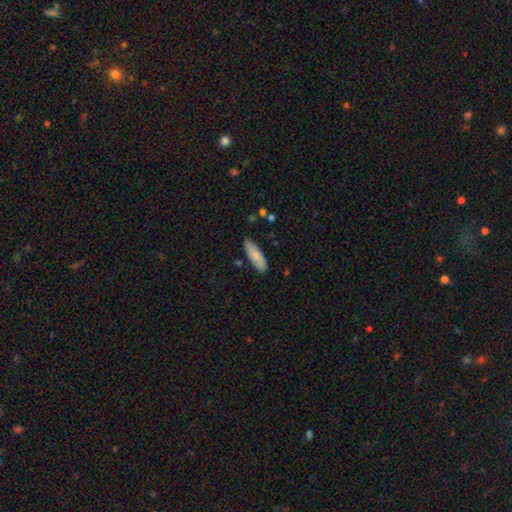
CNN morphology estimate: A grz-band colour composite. It shows a smooth galaxy with no disk features (80%) that is in between round and cigar-shaped (57%). Merging: none (81%).